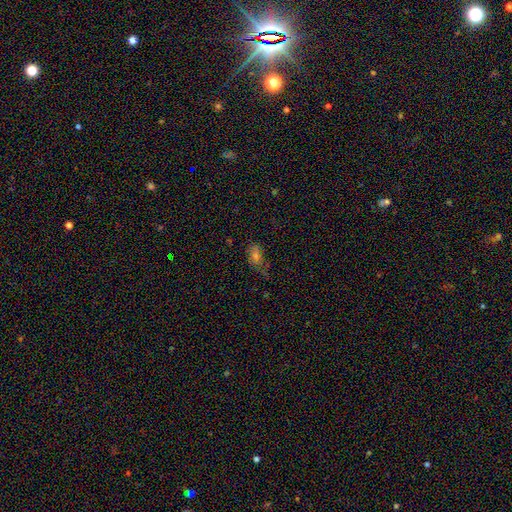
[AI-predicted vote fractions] A smooth galaxy with no disk features (54%) that is in between round and cigar-shaped (78%). Merging: none (52%).